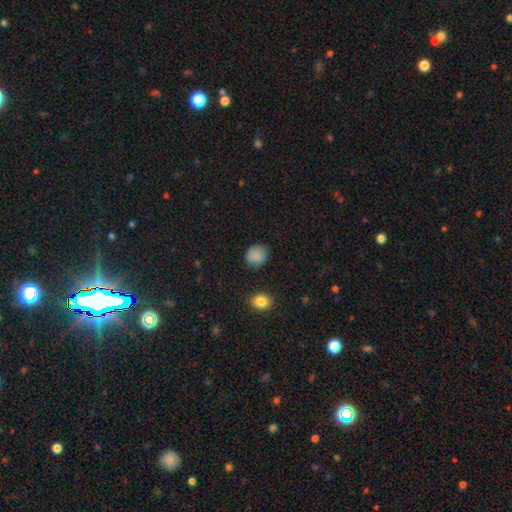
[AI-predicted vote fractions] Morphology: type=smooth (87%); roundness=round (68%); merging=none (79%).